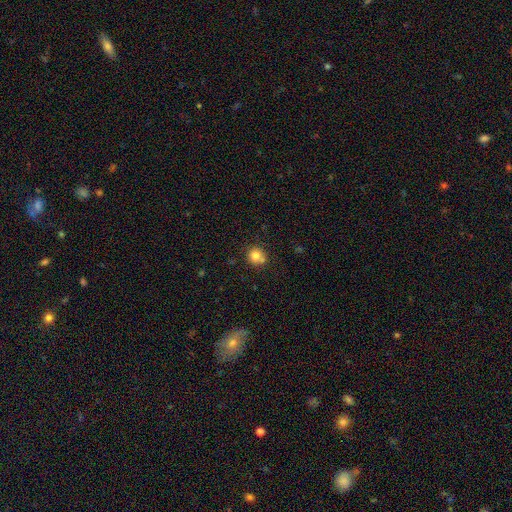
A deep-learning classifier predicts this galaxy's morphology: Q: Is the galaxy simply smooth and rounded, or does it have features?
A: smooth — 80%.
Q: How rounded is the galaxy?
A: round — 88%.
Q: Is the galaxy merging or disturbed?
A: none — 65%.